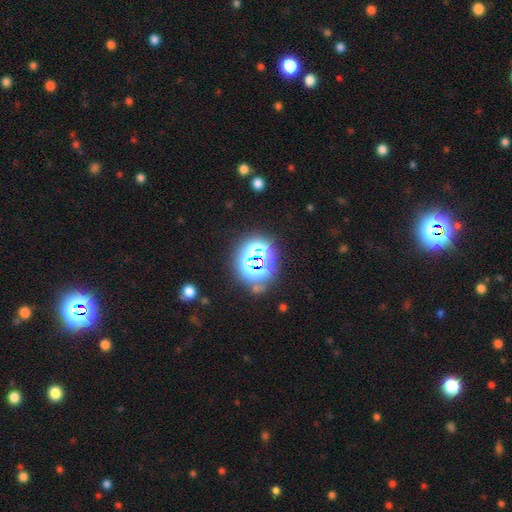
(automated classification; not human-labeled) Smooth or featured? Predicted: star or artifact (p=0.73).